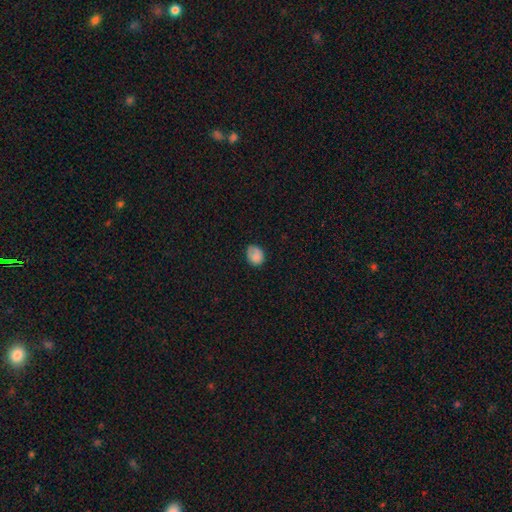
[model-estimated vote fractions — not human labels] Q: Smooth or featured?
A: smooth (83%); runner-up: star or artifact (10%)
Q: How rounded?
A: round (52%); runner-up: in between (47%)
Q: Merging?
A: none (67%); runner-up: minor disturbance (26%)